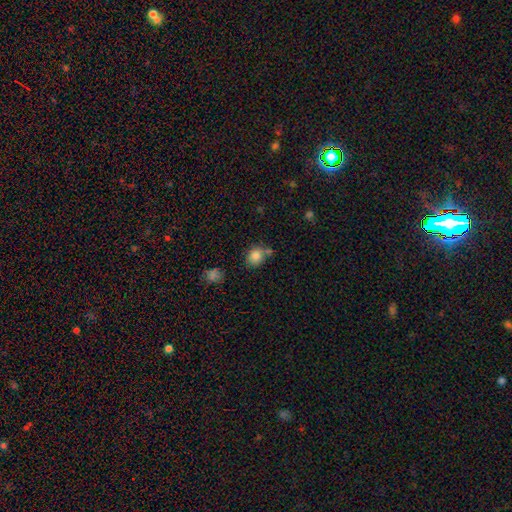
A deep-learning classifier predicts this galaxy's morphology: smooth_or_featured: smooth (p=0.83) [alt: star or artifact p=0.10]
how_rounded: round (p=0.72) [alt: in between p=0.27]
merging: none (p=0.64) [alt: merger p=0.16]